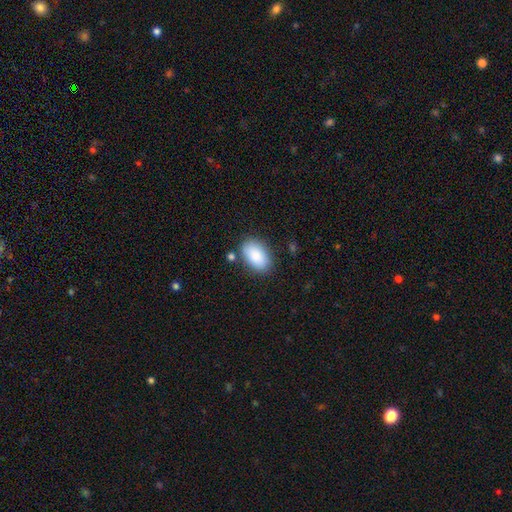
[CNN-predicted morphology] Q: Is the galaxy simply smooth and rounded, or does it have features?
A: smooth — 85%.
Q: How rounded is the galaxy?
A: in between — 92%.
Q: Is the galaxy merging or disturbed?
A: none — 79%.